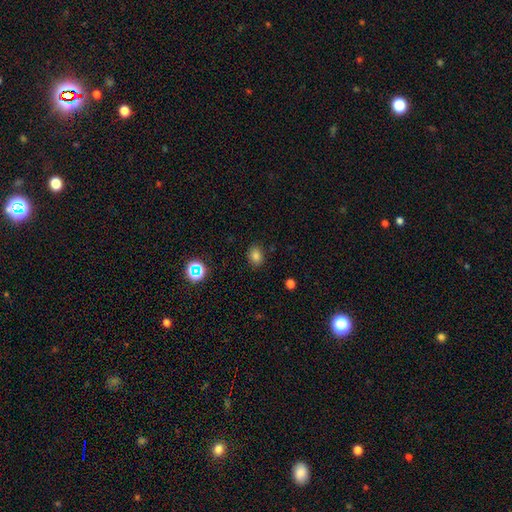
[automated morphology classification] The model was most divided on "how rounded": in between: 59%, round: 40%, cigar-shaped: 1%. More confident: merging — none (86%); smooth or featured — smooth (80%).